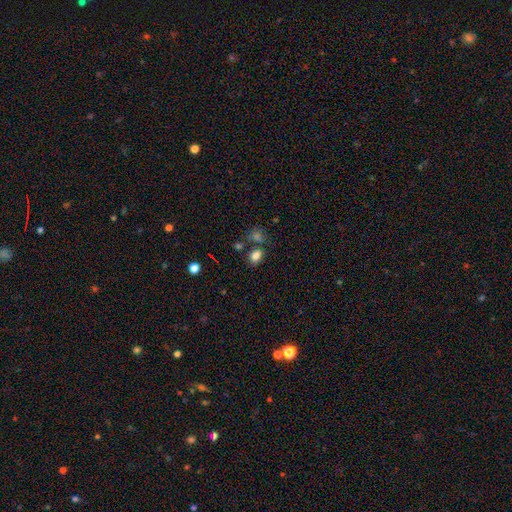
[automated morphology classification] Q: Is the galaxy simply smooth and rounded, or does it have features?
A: smooth — 82%.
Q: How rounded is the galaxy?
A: in between — 70%.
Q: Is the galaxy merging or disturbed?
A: none — 69%.